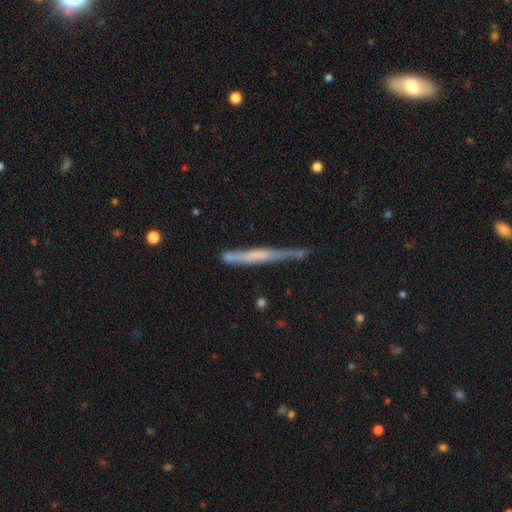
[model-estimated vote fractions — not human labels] Morphology: type=featured or disk (51%); edge-on=yes (90%); merging=none (54%).